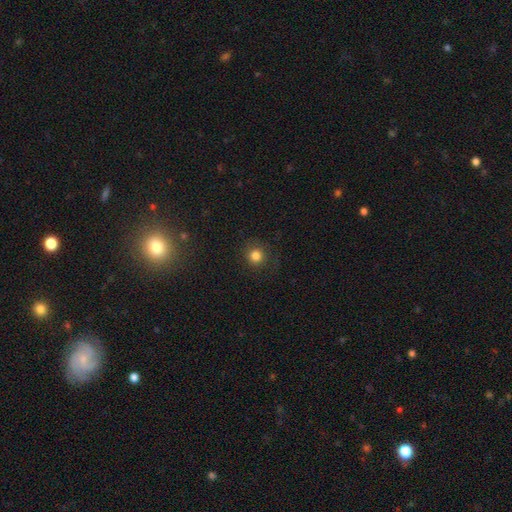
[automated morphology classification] Smooth or featured? smooth (82%)
How rounded? round (92%)
Merging? none (86%)